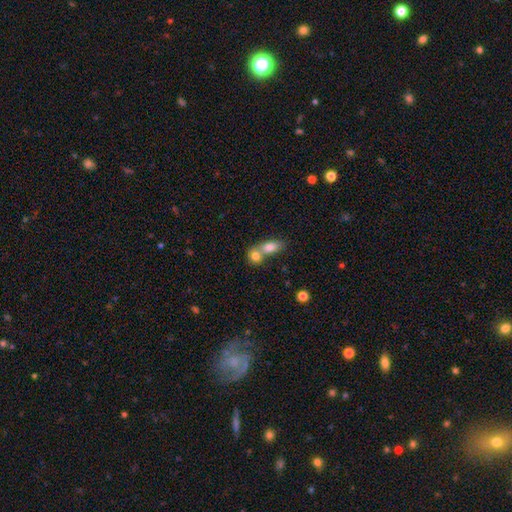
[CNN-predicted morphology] smooth_or_featured: smooth (p=0.80) [alt: featured or disk p=0.12]
how_rounded: in between (p=0.50) [alt: round p=0.46]
merging: merger (p=0.64) [alt: none p=0.27]